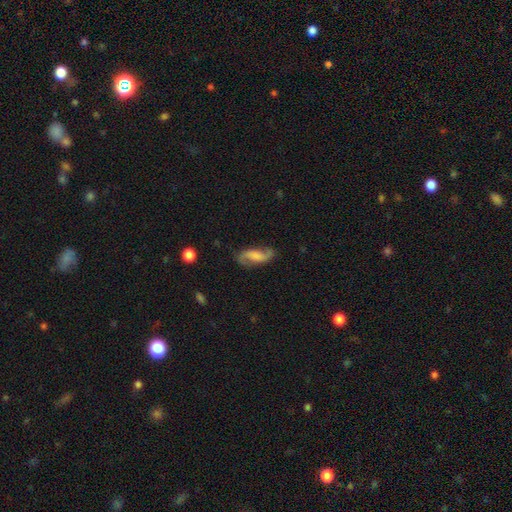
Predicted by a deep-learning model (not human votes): Smooth or featured? featured or disk (74%)
Edge-on disk? no (95%)
Bar? no (41%, tied with weak)
Spiral arms? yes (95%)
Spiral winding? loose (59%)
Spiral arm count? 2 (91%)
Bulge size? none (44%)
Merging? none (75%)